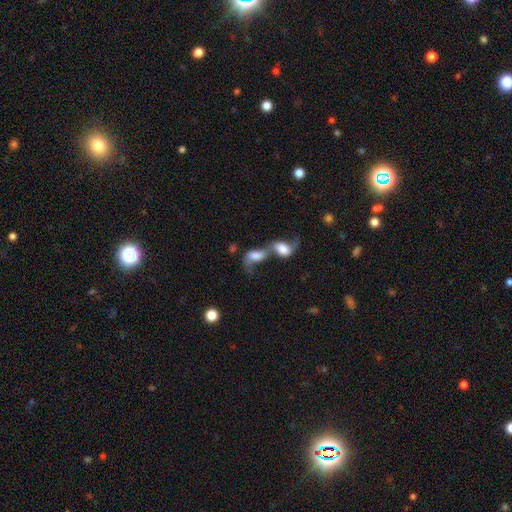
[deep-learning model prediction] smooth_or_featured: smooth (p=0.54) [alt: featured or disk p=0.36]
how_rounded: in between (p=0.84) [alt: round p=0.10]
merging: merger (p=0.81) [alt: major disturbance p=0.08]